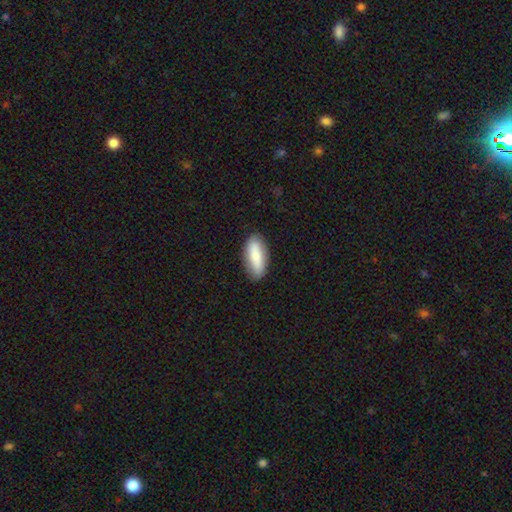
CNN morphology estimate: smooth 76%, featured or disk 18%, star or artifact 6%. Down the decision tree: how rounded — in between (77%); merging — none (86%).